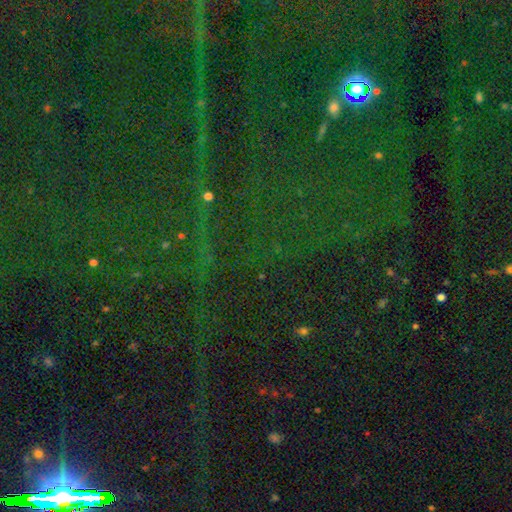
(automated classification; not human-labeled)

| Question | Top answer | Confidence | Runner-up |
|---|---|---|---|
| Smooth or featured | star or artifact | 83% | smooth (9%) |